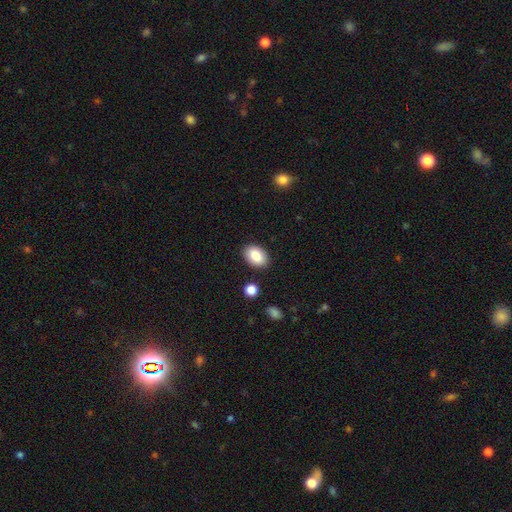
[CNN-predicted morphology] Smooth or featured: smooth — 86% (star or artifact — 7%)
How rounded: in between — 87% (round — 12%)
Merging: none — 88% (minor disturbance — 8%)